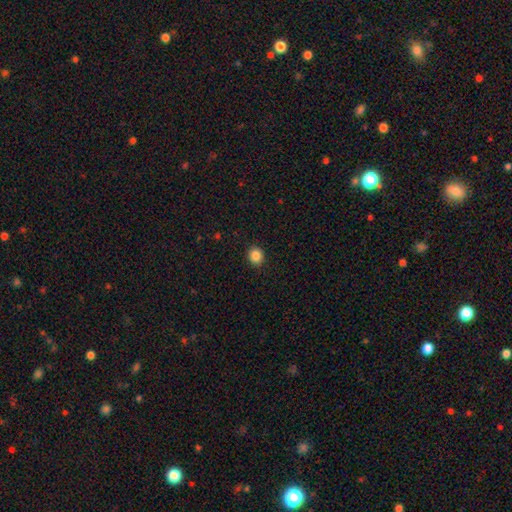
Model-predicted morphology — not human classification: Overall: smooth (87%). How rounded: round (80%). Merging: none (92%).